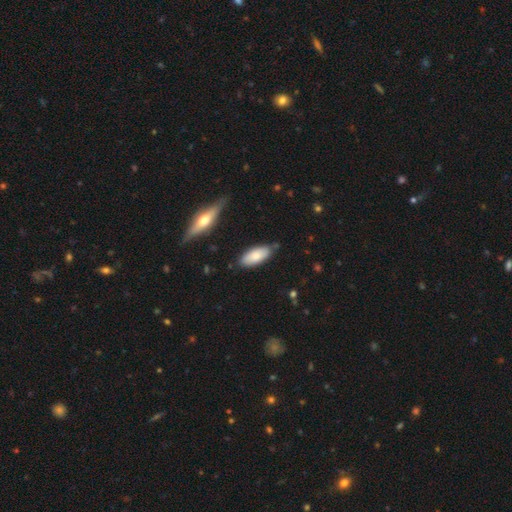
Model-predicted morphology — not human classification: Q: Smooth or featured?
A: smooth (79%); runner-up: featured or disk (15%)
Q: How rounded?
A: in between (85%); runner-up: cigar-shaped (13%)
Q: Merging?
A: none (79%); runner-up: minor disturbance (15%)